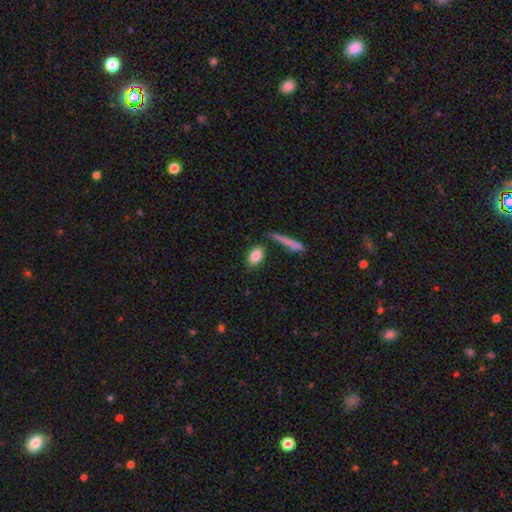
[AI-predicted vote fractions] Overall: smooth (84%). How rounded: in between (84%). Merging: none (76%).